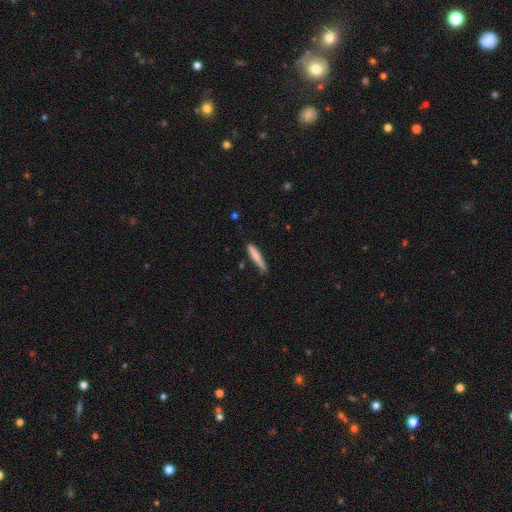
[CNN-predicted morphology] Smooth or featured? Predicted: smooth (p=0.76). How rounded? Predicted: cigar-shaped (p=0.93). Merging? Predicted: none (p=0.77).